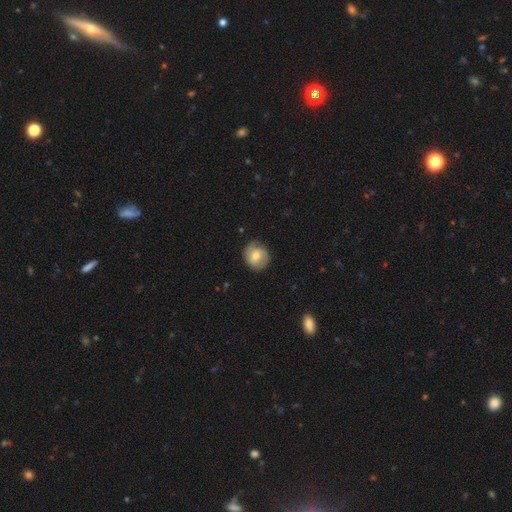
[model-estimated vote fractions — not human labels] Smooth or featured? smooth (47%)
Merging? none (74%)